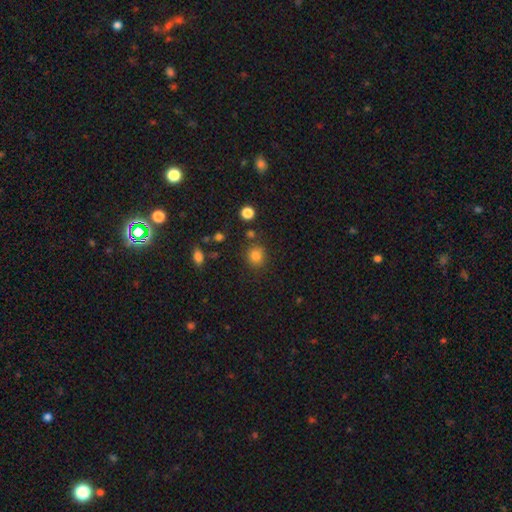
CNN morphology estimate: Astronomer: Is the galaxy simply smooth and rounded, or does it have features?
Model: smooth — 83%.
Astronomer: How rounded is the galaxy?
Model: round — 85%.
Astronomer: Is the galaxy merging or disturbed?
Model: none — 82%.